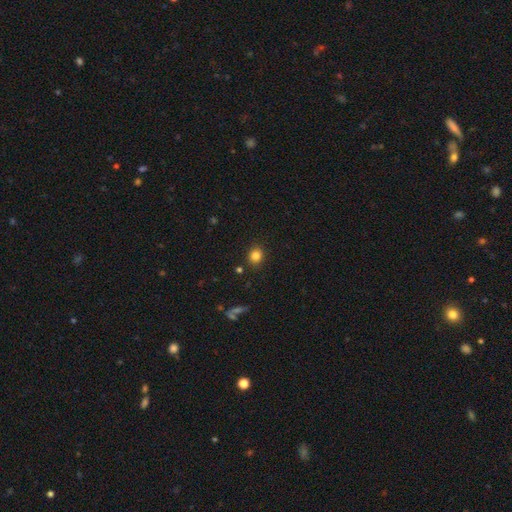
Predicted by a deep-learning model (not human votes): A smooth galaxy with no disk features (84%) that is round (73%).

Vote fractions:
- Smooth or featured? smooth: 84% / star or artifact: 11% / featured or disk: 5%
- How rounded? round: 73% / in between: 26% / cigar-shaped: 1%
- Merging? none: 87% / minor disturbance: 8% / major disturbance: 2% / merger: 2%